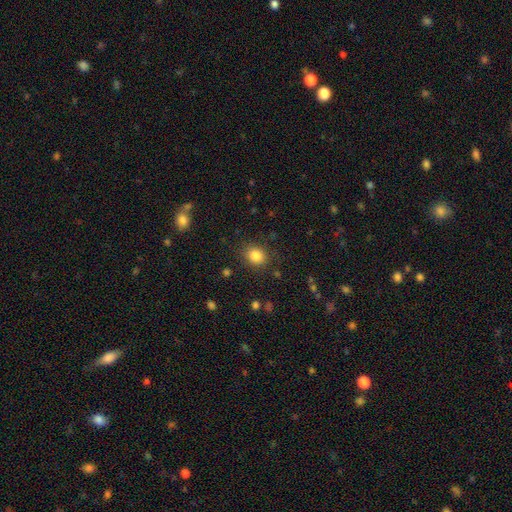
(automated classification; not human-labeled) The model was most divided on "how rounded": round: 68%, in between: 32%, cigar-shaped: 1%. More confident: merging — none (85%); smooth or featured — smooth (84%).